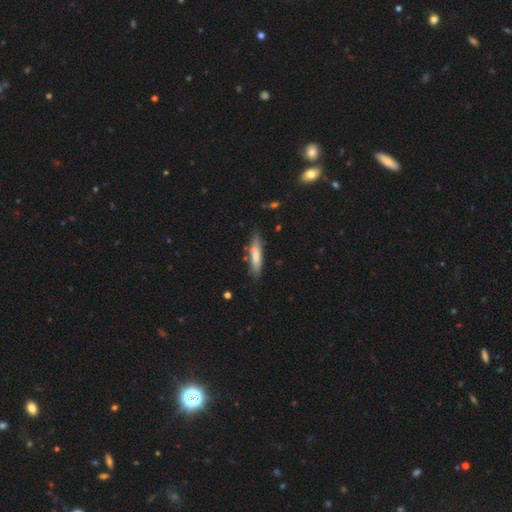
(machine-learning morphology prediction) Q: Smooth or featured?
A: smooth (72%); runner-up: featured or disk (22%)
Q: How rounded?
A: cigar-shaped (80%); runner-up: in between (19%)
Q: Merging?
A: none (78%); runner-up: minor disturbance (15%)